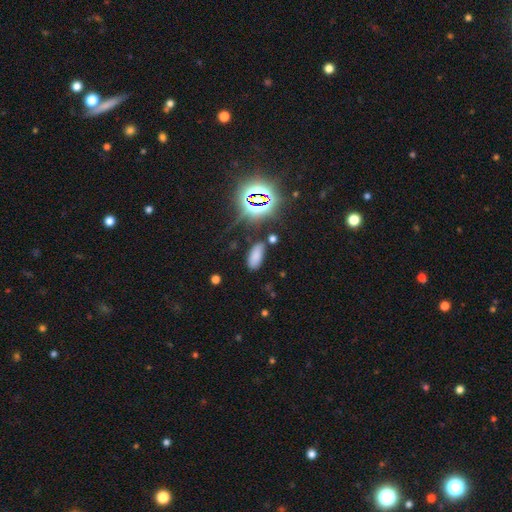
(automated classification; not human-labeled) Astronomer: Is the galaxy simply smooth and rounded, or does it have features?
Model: smooth — 69%.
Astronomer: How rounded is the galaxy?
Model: in between — 85%.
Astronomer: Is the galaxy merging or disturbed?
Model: none — 77%.